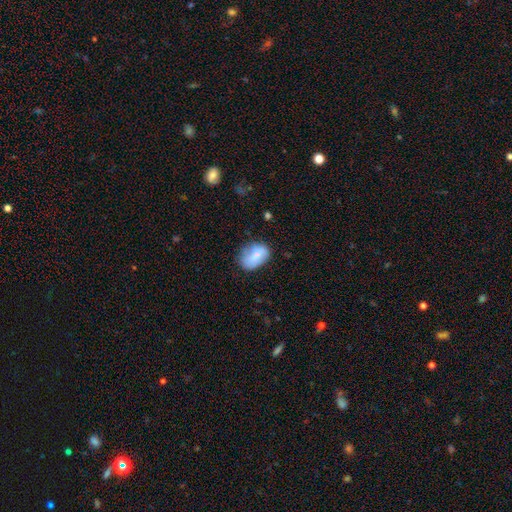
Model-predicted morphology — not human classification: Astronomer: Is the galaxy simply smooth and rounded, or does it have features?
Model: smooth — 75%.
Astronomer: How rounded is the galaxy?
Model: in between — 81%.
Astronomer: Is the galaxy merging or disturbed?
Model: none — 60%.